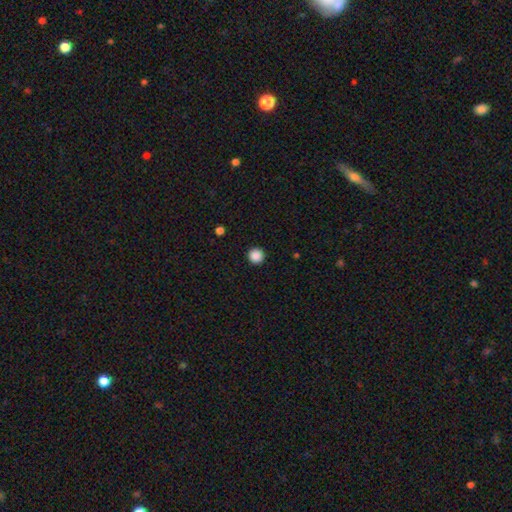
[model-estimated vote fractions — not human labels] smooth-or-featured: smooth: 88% | star or artifact: 10% | featured or disk: 2%
  how-rounded: round: 96% | in between: 3% | cigar-shaped: 1%
  merging: none: 93% | minor disturbance: 4% | major disturbance: 2% | merger: 1%